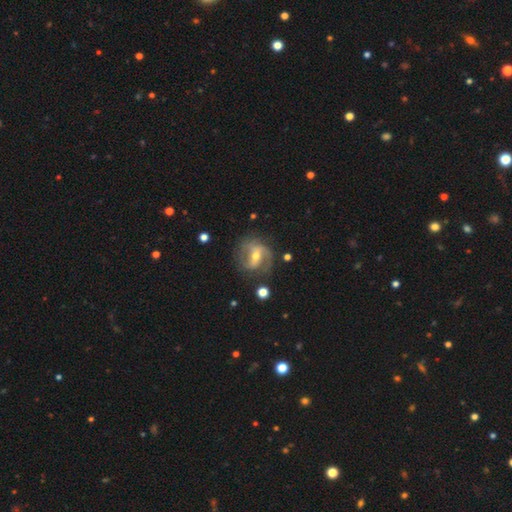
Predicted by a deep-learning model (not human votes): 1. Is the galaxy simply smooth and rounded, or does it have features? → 79% featured or disk, 14% smooth, 7% star or artifact.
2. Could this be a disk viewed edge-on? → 96% no, 4% yes.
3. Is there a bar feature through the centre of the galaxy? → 41% weak, 40% strong, 19% no.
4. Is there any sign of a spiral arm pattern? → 87% yes, 13% no.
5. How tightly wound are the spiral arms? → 47% medium, 27% tight, 26% loose.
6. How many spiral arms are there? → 71% 2, 12% can't tell, 8% 1, 6% 3, 2% 4, 1% more than 4.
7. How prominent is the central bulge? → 58% moderate, 37% small, 3% large, 1% none, 1% dominant.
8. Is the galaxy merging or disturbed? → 68% none, 19% minor disturbance, 11% major disturbance, 2% merger.